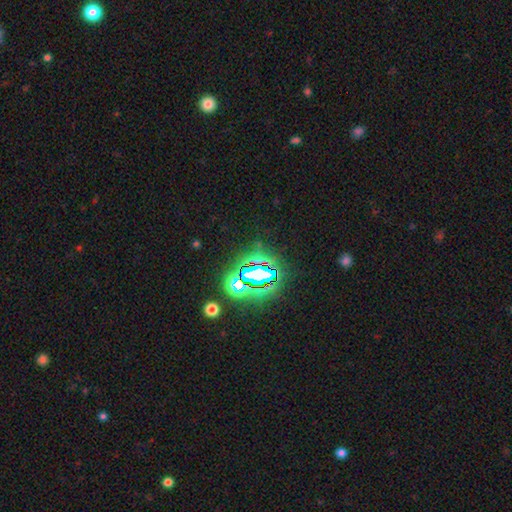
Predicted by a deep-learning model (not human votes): Smooth or featured: star or artifact — 83% (smooth — 10%)